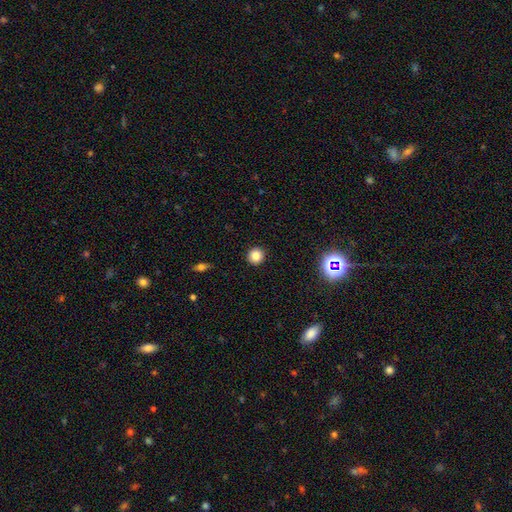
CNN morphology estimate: type=smooth (83%); roundness=round (93%); merging=none (93%).